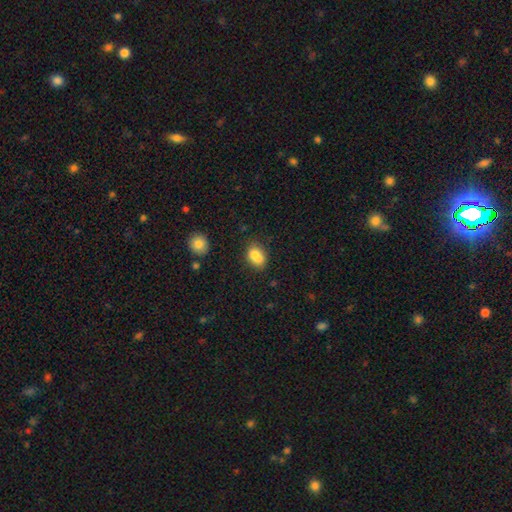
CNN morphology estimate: This appears to be a smooth galaxy with no disk features (81%) that is in between round and cigar-shaped (74%). Merging: none (58%).